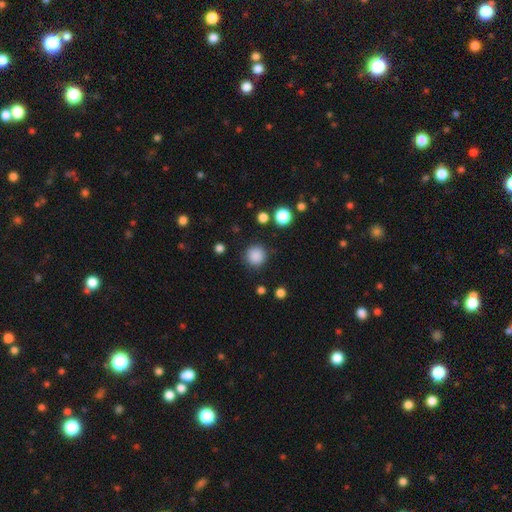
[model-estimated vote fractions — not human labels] This is clearly a smooth galaxy (86%). How rounded: clearly round (94%). Merging: clearly none (87%).